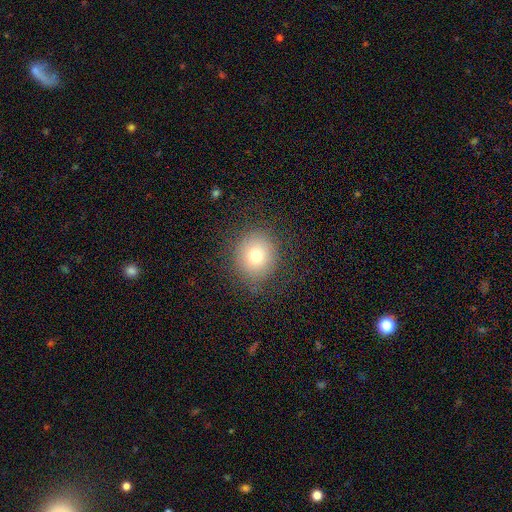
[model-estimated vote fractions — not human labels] Q: Smooth or featured?
A: smooth (74%); runner-up: star or artifact (13%)
Q: How rounded?
A: round (84%); runner-up: in between (15%)
Q: Merging?
A: none (82%); runner-up: minor disturbance (12%)